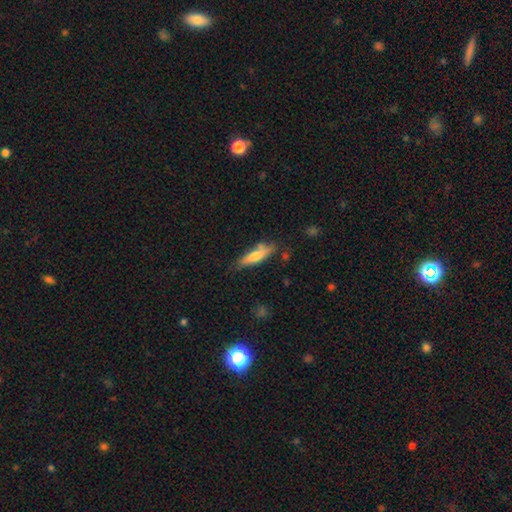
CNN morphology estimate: Smooth or featured? smooth (66%)
How rounded? cigar-shaped (70%)
Merging? none (67%)